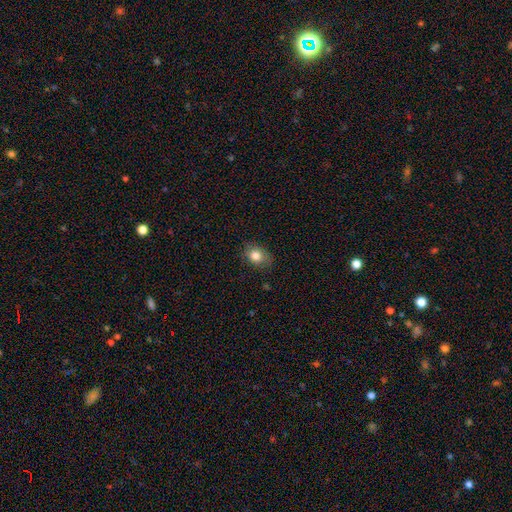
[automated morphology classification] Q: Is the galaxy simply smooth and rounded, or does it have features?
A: smooth — 83%.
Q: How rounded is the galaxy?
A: in between — 60%.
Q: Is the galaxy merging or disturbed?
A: none — 77%.